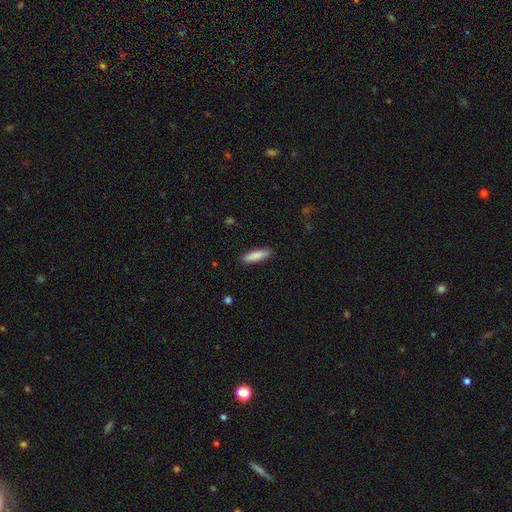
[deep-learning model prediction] Smooth or featured?
  - smooth: 87% *
  - featured or disk: 7%
  - star or artifact: 6%
How rounded?
  - cigar-shaped: 66% *
  - in between: 33%
  - round: 1%
Merging?
  - none: 89% *
  - minor disturbance: 8%
  - major disturbance: 2%
  - merger: 1%